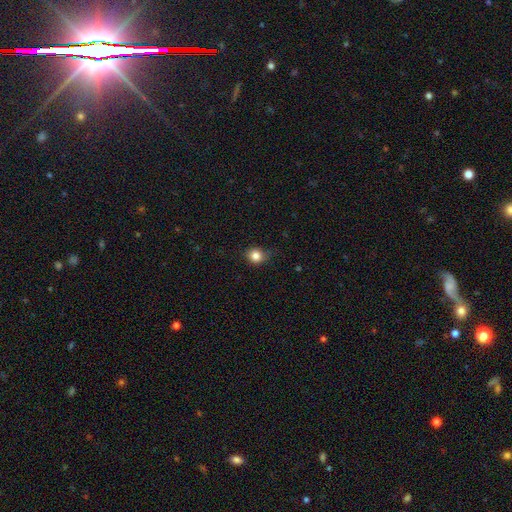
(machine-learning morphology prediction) This appears to be a smooth galaxy with no disk features (82%) that is round (79%). Merging: none (73%).